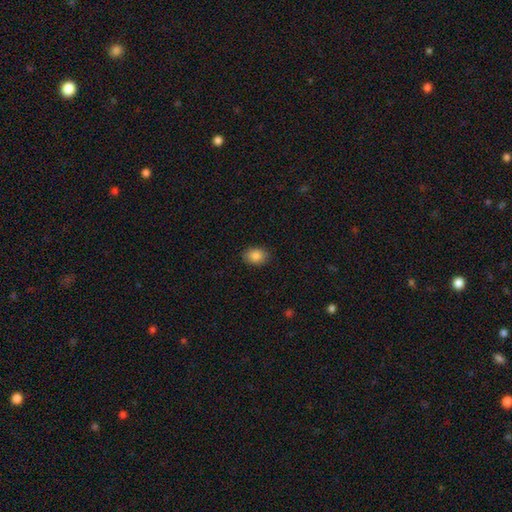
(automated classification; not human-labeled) smooth_or_featured: smooth (p=0.85) [alt: star or artifact p=0.09]
how_rounded: in between (p=0.65) [alt: round p=0.34]
merging: none (p=0.88) [alt: minor disturbance p=0.09]